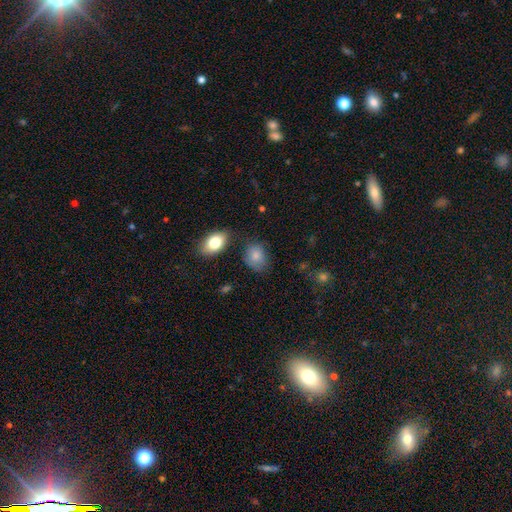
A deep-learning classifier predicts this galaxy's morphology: Q: Smooth or featured?
A: smooth (82%); runner-up: featured or disk (9%)
Q: How rounded?
A: in between (66%); runner-up: round (32%)
Q: Merging?
A: none (62%); runner-up: minor disturbance (26%)